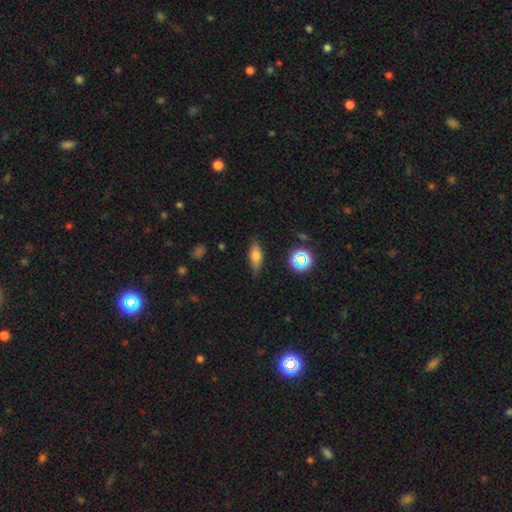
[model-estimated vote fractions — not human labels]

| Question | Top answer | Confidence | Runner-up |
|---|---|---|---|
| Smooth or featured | smooth | 62% | featured or disk (26%) |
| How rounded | in between | 61% | cigar-shaped (33%) |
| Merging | none | 78% | minor disturbance (17%) |